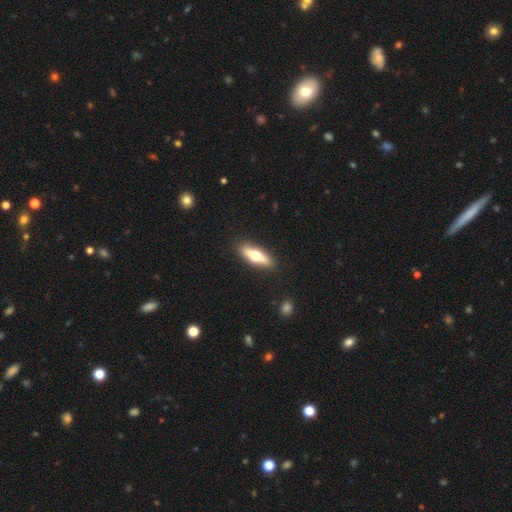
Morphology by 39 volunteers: Overall: smooth (51%; featured or disk 38%). How rounded: cigar-shaped (55%; in between 45%). Merging: none (86%).